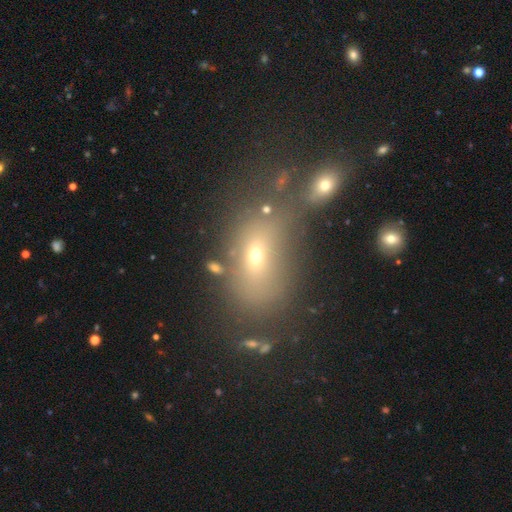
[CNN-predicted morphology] Smooth or featured?
  - smooth: 55% *
  - star or artifact: 25%
  - featured or disk: 20%
How rounded?
  - in between: 73% *
  - round: 23%
  - cigar-shaped: 4%
Merging?
  - none: 59% *
  - merger: 16%
  - minor disturbance: 15%
  - major disturbance: 10%